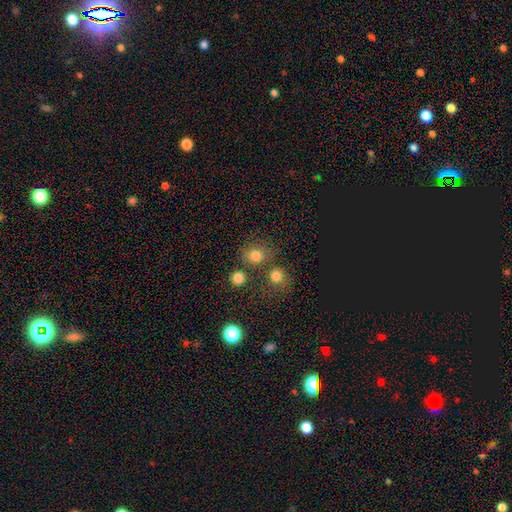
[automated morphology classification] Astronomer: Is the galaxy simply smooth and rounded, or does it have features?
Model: smooth — 78%.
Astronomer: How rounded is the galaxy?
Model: round — 80%.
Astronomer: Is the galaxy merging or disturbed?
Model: none — 66%.